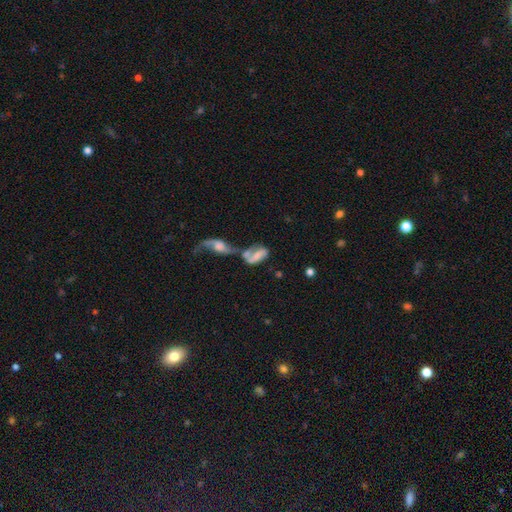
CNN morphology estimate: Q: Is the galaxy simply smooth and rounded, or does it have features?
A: featured or disk — 49%.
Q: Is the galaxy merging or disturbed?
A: merger — 63%.